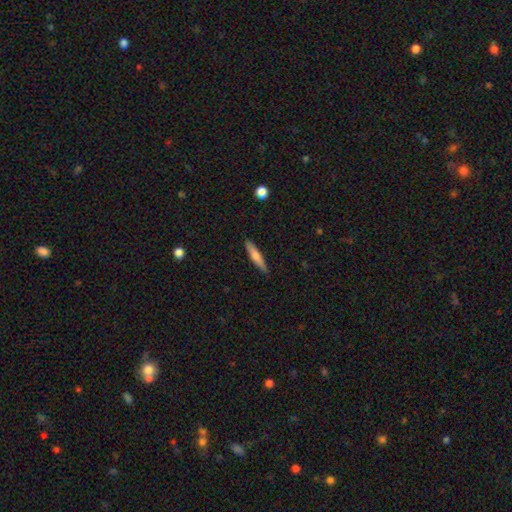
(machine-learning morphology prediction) This is likely a smooth galaxy (63%). How rounded: clearly cigar-shaped (90%). Merging: clearly none (89%).